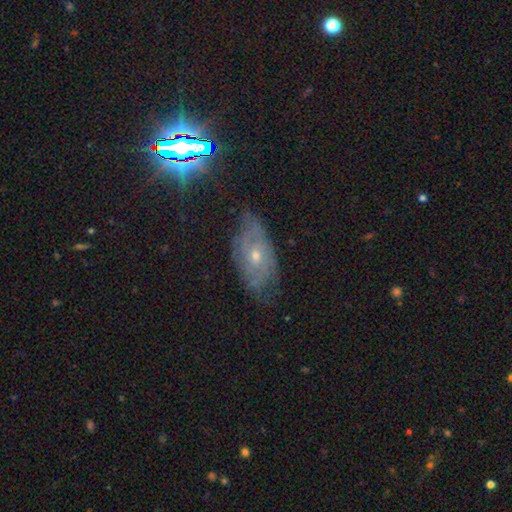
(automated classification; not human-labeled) smooth_or_featured: featured or disk (p=0.71) [alt: smooth p=0.19]
disk_edge_on: no (p=0.91) [alt: yes p=0.09]
bar: no (p=0.75) [alt: weak p=0.22]
has_spiral_arms: yes (p=0.82) [alt: no p=0.18]
spiral_winding: tight (p=0.55) [alt: medium p=0.34]
spiral_arm_count: can't tell (p=0.51) [alt: 2 p=0.24]
bulge_size: small (p=0.57) [alt: moderate p=0.39]
merging: none (p=0.63) [alt: minor disturbance p=0.26]